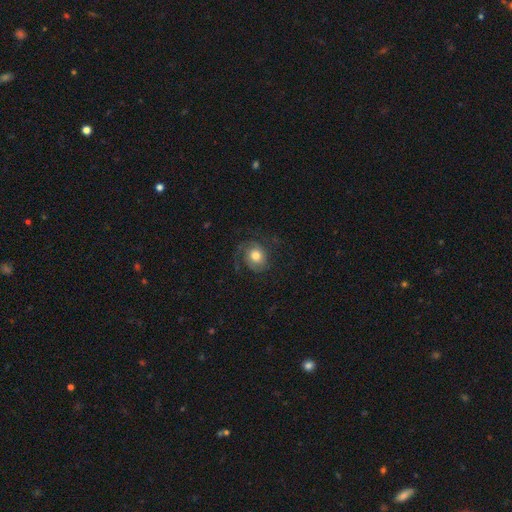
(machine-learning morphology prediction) This appears to be a featured or disk galaxy (55%) with no bar (78%), spiral arms (88%) and a moderate central bulge (60%). Merging: none (64%).